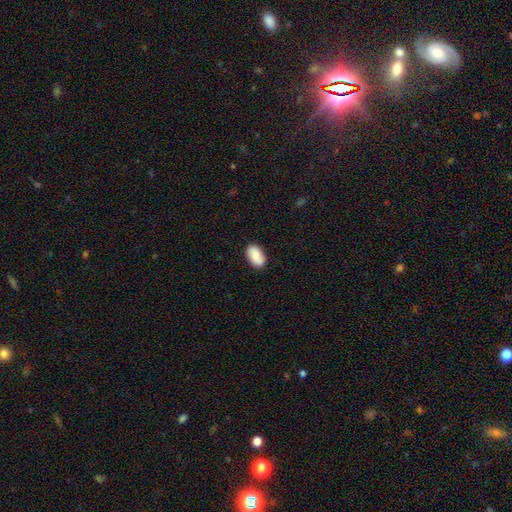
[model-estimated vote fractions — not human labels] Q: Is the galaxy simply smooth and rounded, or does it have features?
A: smooth — 83%.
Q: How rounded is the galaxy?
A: in between — 93%.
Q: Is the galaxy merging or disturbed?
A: none — 84%.